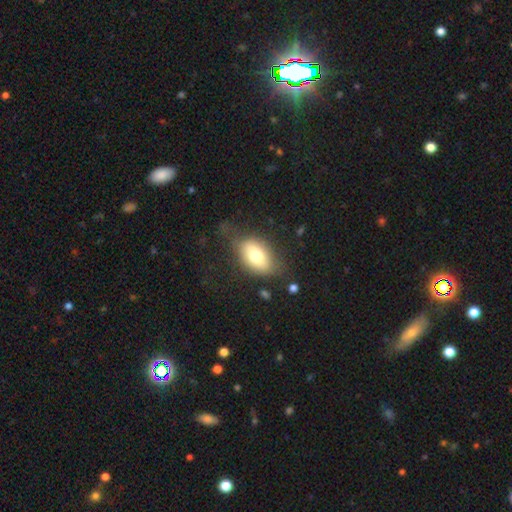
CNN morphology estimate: Smooth or featured? Predicted: smooth (p=0.71). How rounded? Predicted: in between (p=0.83). Merging? Predicted: none (p=0.58).